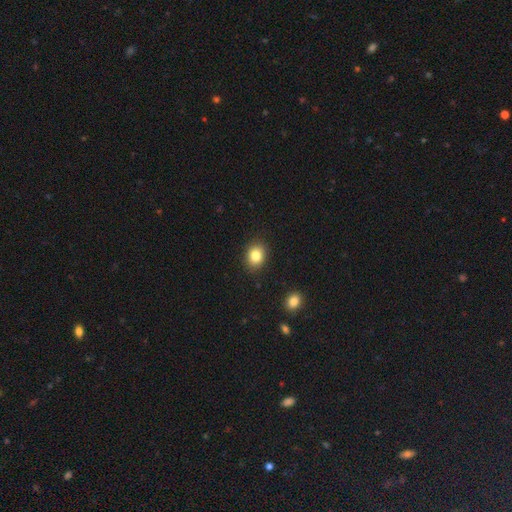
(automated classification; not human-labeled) smooth-or-featured: smooth: 83% | star or artifact: 10% | featured or disk: 7%
  how-rounded: round: 50% | in between: 49% | cigar-shaped: 1%
  merging: none: 88% | minor disturbance: 9% | major disturbance: 2% | merger: 1%